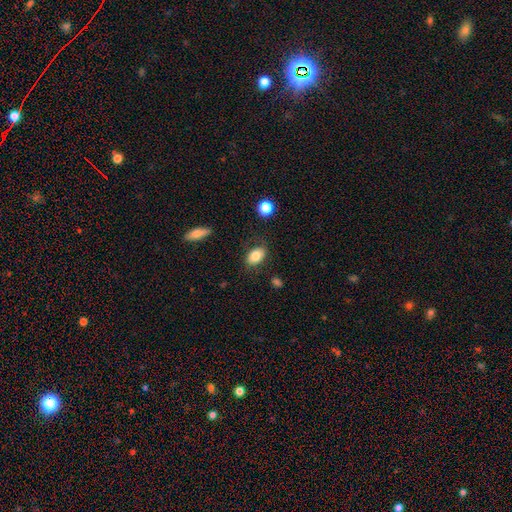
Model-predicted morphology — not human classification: Smooth or featured: smooth — 81% (featured or disk — 11%)
How rounded: in between — 87% (round — 12%)
Merging: none — 77% (minor disturbance — 16%)